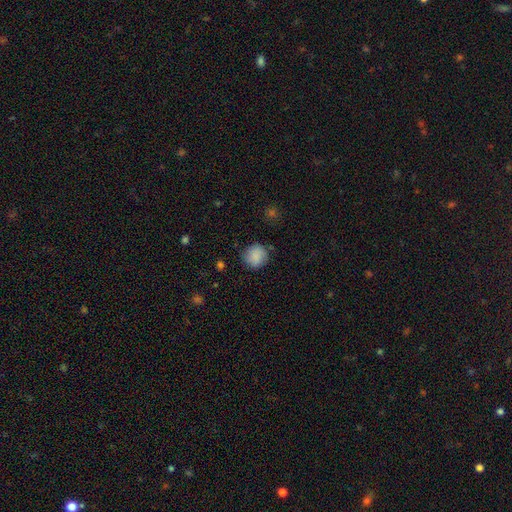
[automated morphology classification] Smooth or featured? smooth (86%)
How rounded? round (89%)
Merging? none (80%)